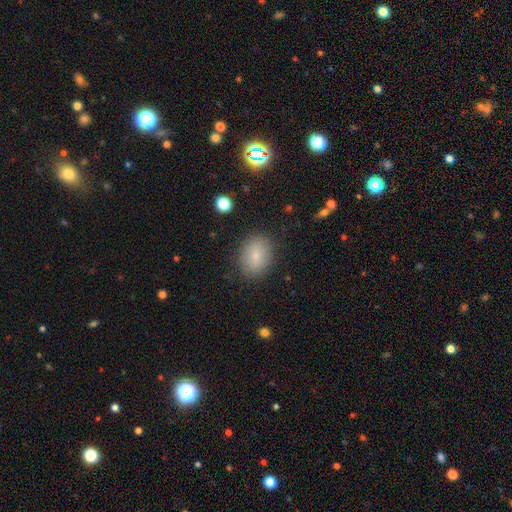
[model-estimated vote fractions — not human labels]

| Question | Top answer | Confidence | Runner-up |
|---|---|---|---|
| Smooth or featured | smooth | 80% | featured or disk (11%) |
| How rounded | in between | 62% | round (37%) |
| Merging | none | 85% | minor disturbance (10%) |